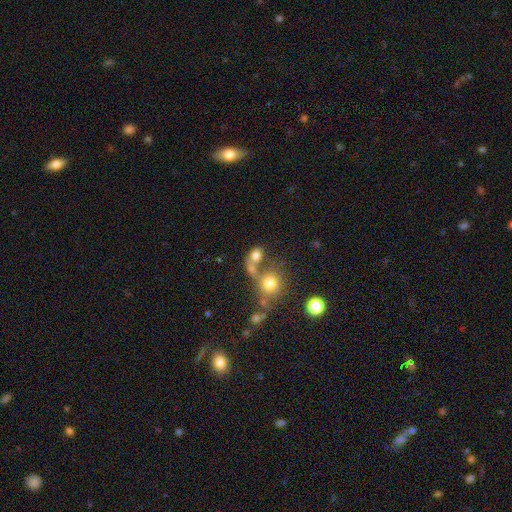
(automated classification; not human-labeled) smooth_or_featured: smooth (p=0.72) [alt: star or artifact p=0.14]
how_rounded: round (p=0.50) [alt: in between p=0.49]
merging: merger (p=0.45) [alt: none p=0.36]